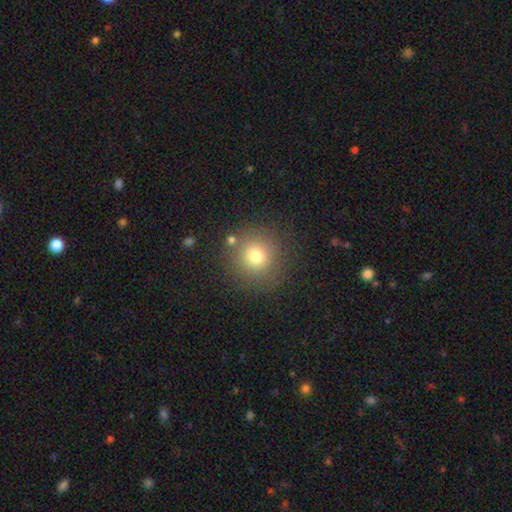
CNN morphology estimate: Smooth or featured: smooth — 74% (star or artifact — 16%)
How rounded: round — 94% (in between — 5%)
Merging: none — 84% (minor disturbance — 8%)